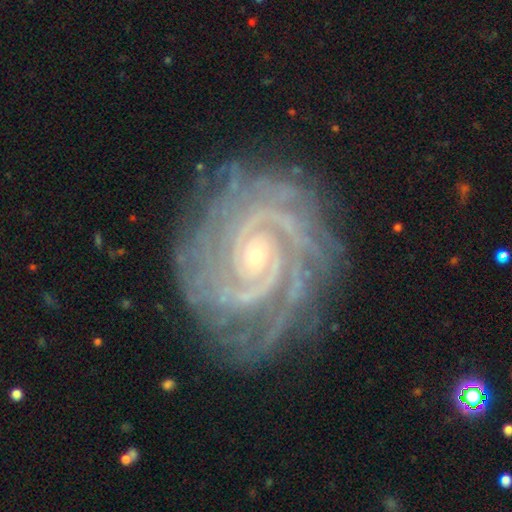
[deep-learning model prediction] A featured or disk galaxy (92%) with no bar (63%), 2 (42%) tight (78%) spiral arms (99%) and a small central bulge (80%). Merging: none (78%).